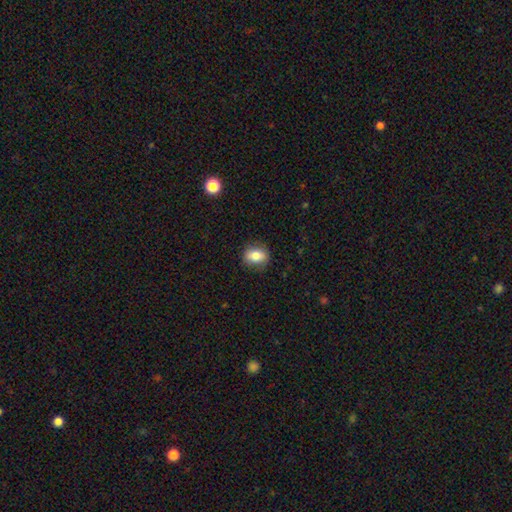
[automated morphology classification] A smooth galaxy with no disk features (78%) that is in between round and cigar-shaped (58%). Merging: none (83%).